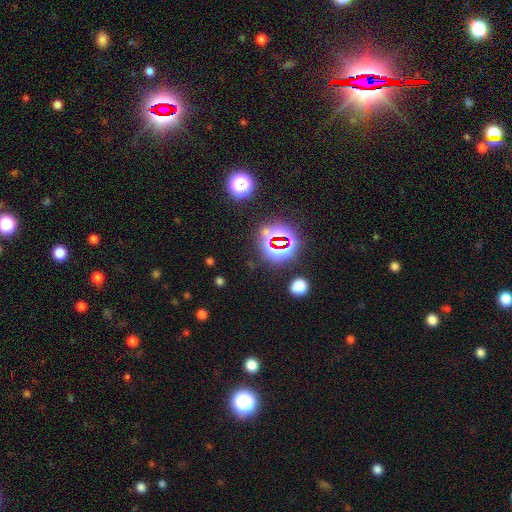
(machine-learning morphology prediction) Smooth or featured? Predicted: star or artifact (p=0.81).